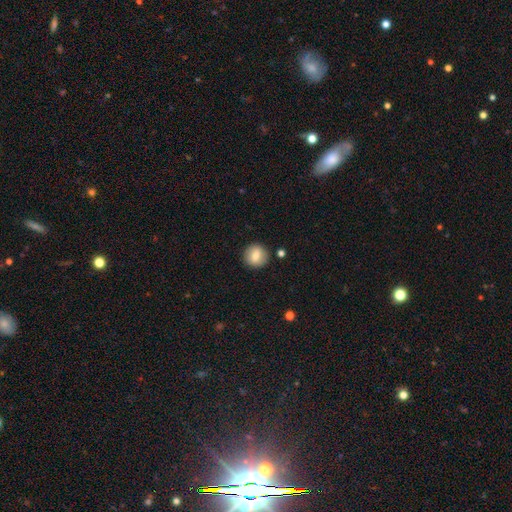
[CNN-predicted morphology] This appears to be a smooth galaxy with no disk features (77%) that is round (89%). Merging: none (88%).